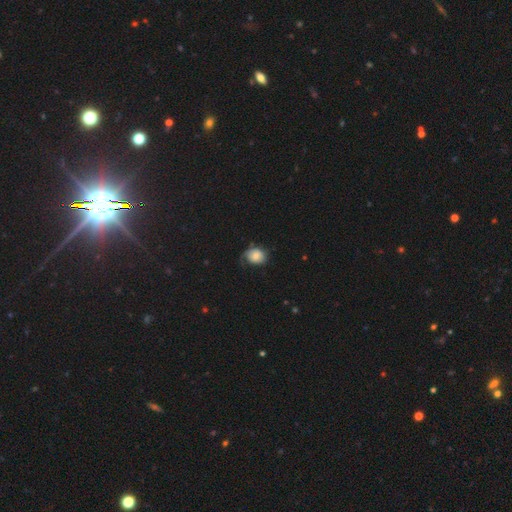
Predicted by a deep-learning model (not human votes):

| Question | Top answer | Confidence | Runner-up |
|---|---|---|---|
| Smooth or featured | smooth | 68% | featured or disk (24%) |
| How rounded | round | 50% | in between (49%) |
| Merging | none | 43% | minor disturbance (34%) |